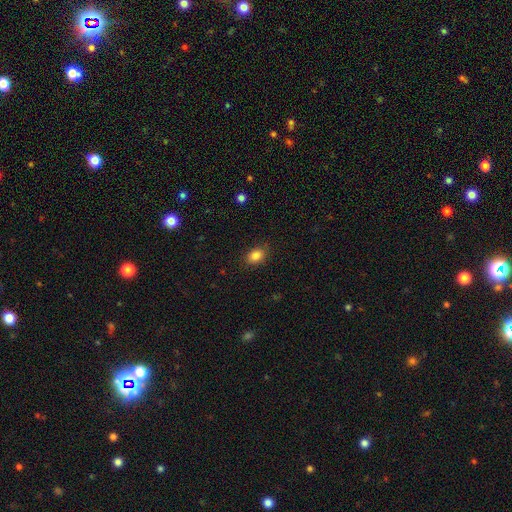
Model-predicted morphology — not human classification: smooth 85%, star or artifact 10%, featured or disk 5%. Down the decision tree: how rounded — in between (70%); merging — none (85%).